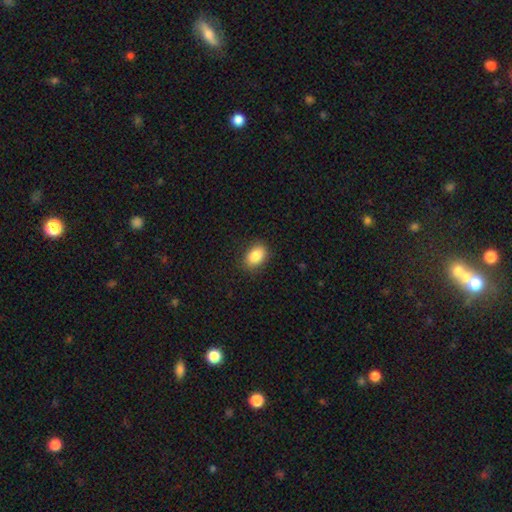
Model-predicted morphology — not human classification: This is clearly a smooth galaxy (87%). How rounded: clearly in between (82%). Merging: clearly none (86%).